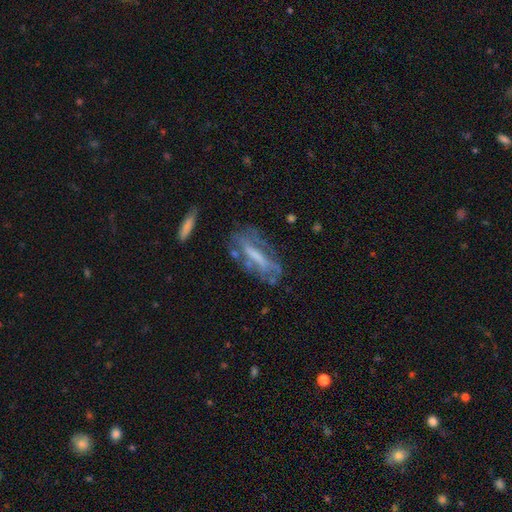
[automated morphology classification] Overall: featured or disk (59%; smooth 31%). Edge-on disk: no (71%). Merging: none (56%; minor disturbance 23%).